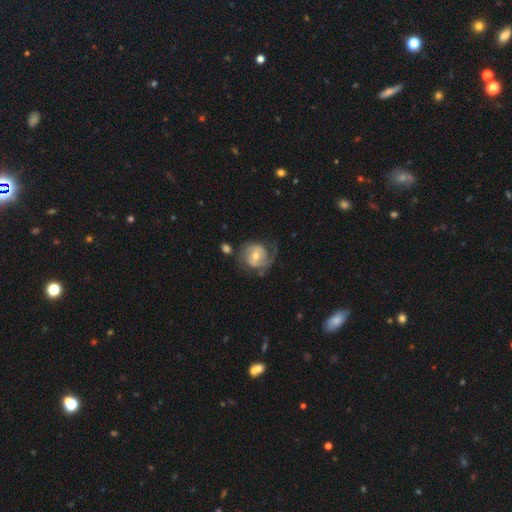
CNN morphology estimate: Q: Smooth or featured?
A: featured or disk (72%); runner-up: smooth (23%)
Q: Edge-on disk?
A: no (97%); runner-up: yes (3%)
Q: Bar?
A: weak (44%); runner-up: no (37%)
Q: Spiral arms?
A: yes (84%); runner-up: no (16%)
Q: Spiral winding?
A: medium (40%); runner-up: tight (35%)
Q: Spiral arm count?
A: 2 (59%); runner-up: 1 (19%)
Q: Bulge size?
A: moderate (60%); runner-up: small (34%)
Q: Merging?
A: none (52%); runner-up: minor disturbance (22%)